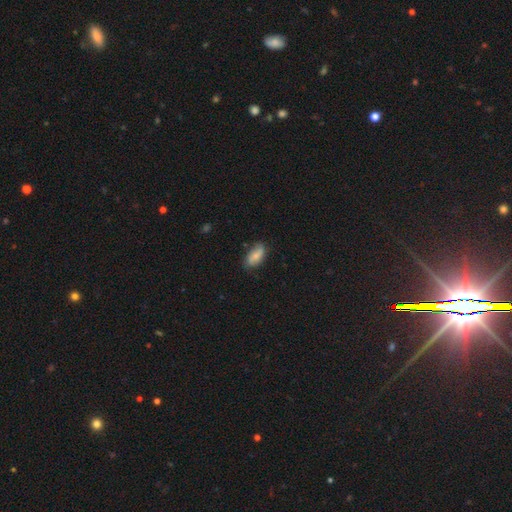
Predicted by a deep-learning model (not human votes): Smooth or featured? Predicted: smooth (p=0.66). How rounded? Predicted: in between (p=0.90). Merging? Predicted: none (p=0.70).